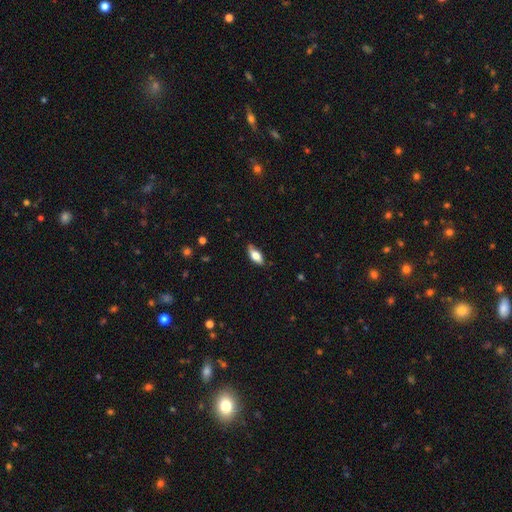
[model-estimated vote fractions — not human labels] This appears to be a smooth galaxy with no disk features (70%) that is in between round and cigar-shaped (81%). Merging: none (77%).